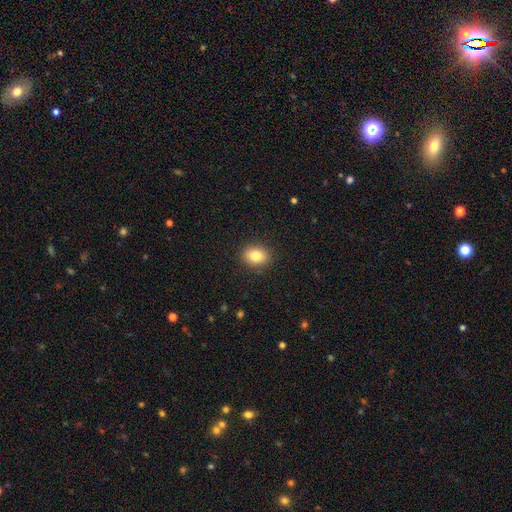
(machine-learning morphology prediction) Q: Smooth or featured?
A: smooth (82%); runner-up: star or artifact (10%)
Q: How rounded?
A: in between (53%); runner-up: round (46%)
Q: Merging?
A: none (89%); runner-up: minor disturbance (7%)